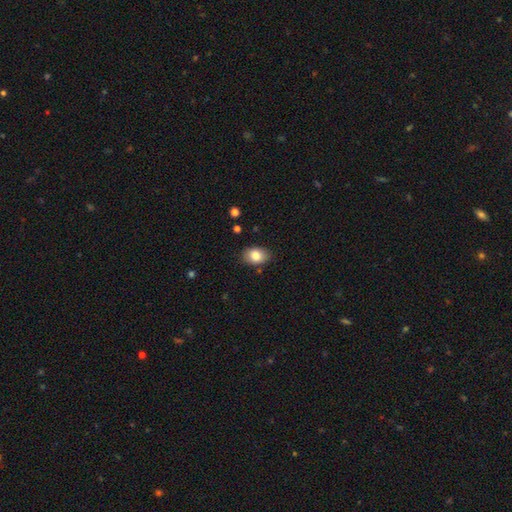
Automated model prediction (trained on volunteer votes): Smooth or featured: smooth — 83% (featured or disk — 9%)
How rounded: in between — 83% (round — 16%)
Merging: none — 85% (minor disturbance — 11%)